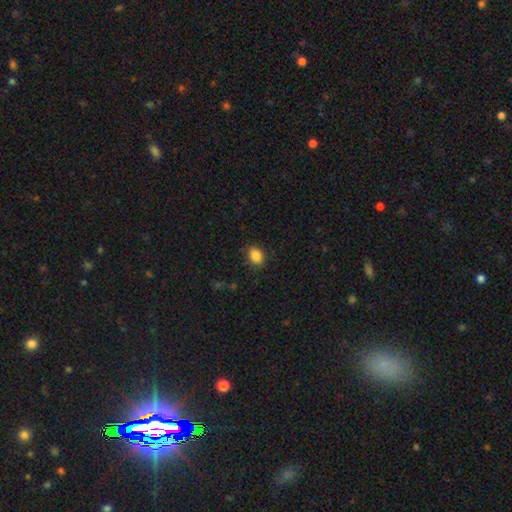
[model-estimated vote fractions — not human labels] A smooth galaxy with no disk features (86%) that is in between round and cigar-shaped (71%). Merging: none (83%).